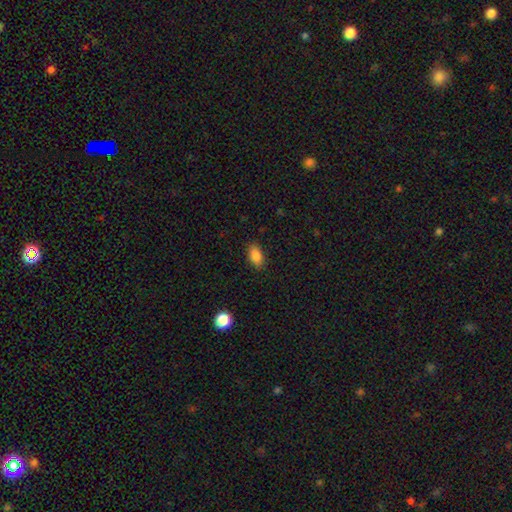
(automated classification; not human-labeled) Morphology: type=smooth (87%); roundness=in between (90%); merging=none (86%).